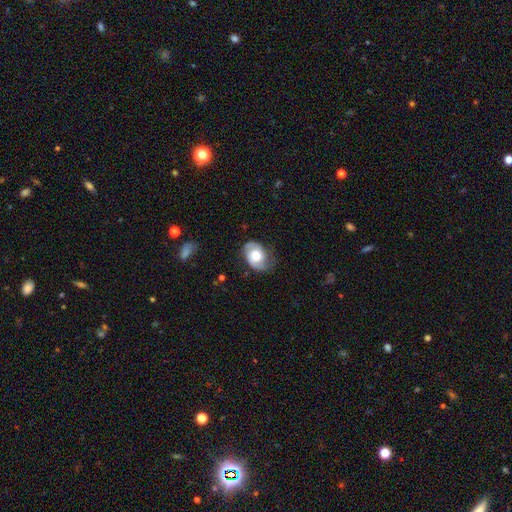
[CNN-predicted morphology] A featured or disk galaxy (62%) with no bar (72%), 2 (80%) medium (43%) spiral arms (84%) and a moderate central bulge (60%).

Vote fractions:
- Smooth or featured? featured or disk: 62% / smooth: 31% / star or artifact: 7%
- Edge-on disk? no: 96% / yes: 4%
- Bar? no: 72% / weak: 23% / strong: 6%
- Spiral arms? yes: 84% / no: 16%
- Spiral winding? medium: 43% / tight: 37% / loose: 21%
- Spiral arm count? 2: 80% / can't tell: 9% / 1: 7% / 3: 1% / 4: 1% / more than 4: 1%
- Bulge size? moderate: 60% / large: 28% / small: 8% / dominant: 3% / none: 1%
- Merging? none: 63% / minor disturbance: 25% / major disturbance: 10% / merger: 1%